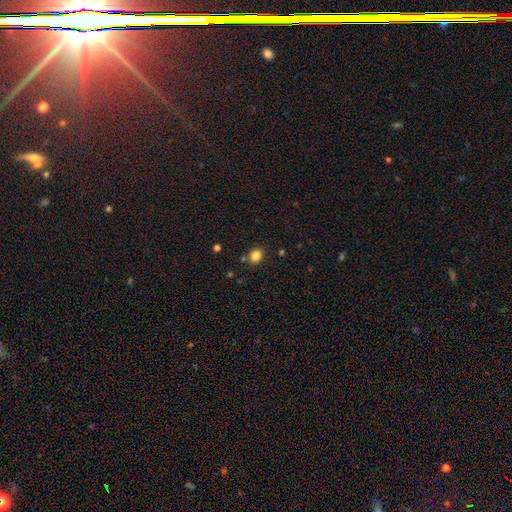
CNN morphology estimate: smooth_or_featured: smooth (p=0.83) [alt: star or artifact p=0.12]
how_rounded: round (p=0.70) [alt: in between p=0.29]
merging: none (p=0.84) [alt: minor disturbance p=0.09]